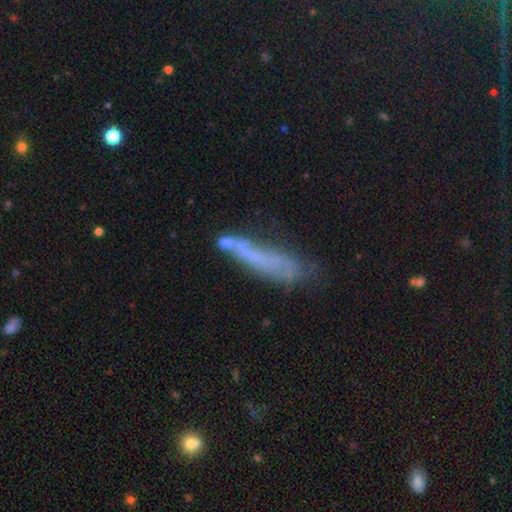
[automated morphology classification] The model was most divided on "smooth or featured": smooth: 48%, featured or disk: 39%, star or artifact: 13%. Remaining: merging — none (38%).